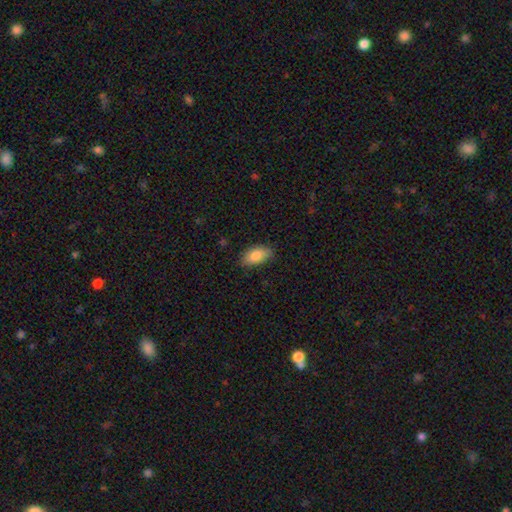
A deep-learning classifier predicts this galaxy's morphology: A smooth galaxy with no disk features (84%) that is in between round and cigar-shaped (91%).

Vote fractions:
- Smooth or featured? smooth: 84% / featured or disk: 10% / star or artifact: 7%
- How rounded? in between: 91% / cigar-shaped: 5% / round: 4%
- Merging? none: 81% / minor disturbance: 15% / major disturbance: 3% / merger: 1%